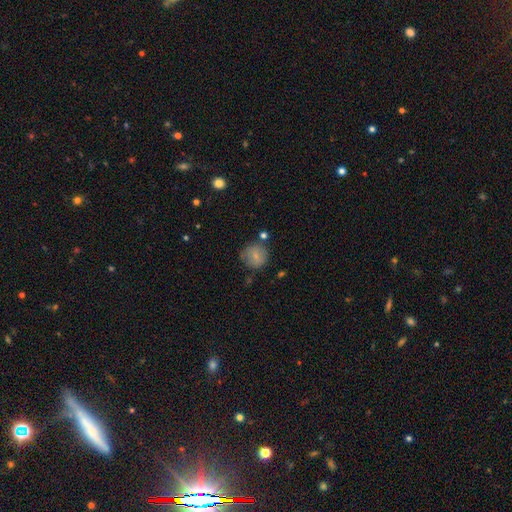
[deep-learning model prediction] Smooth or featured? smooth (75%)
How rounded? round (89%)
Merging? none (72%)